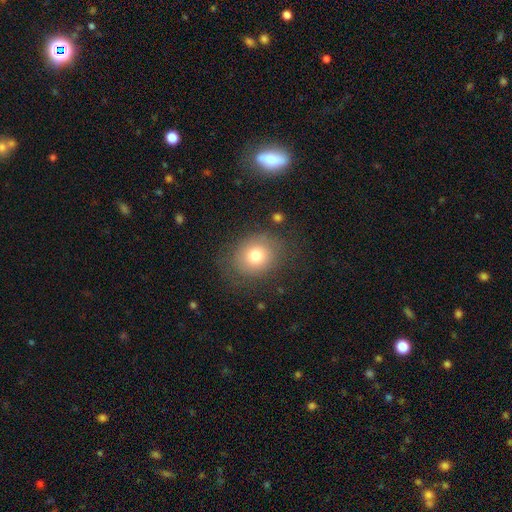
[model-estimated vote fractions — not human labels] smooth_or_featured: smooth (p=0.74) [alt: featured or disk p=0.14]
how_rounded: round (p=0.61) [alt: in between p=0.38]
merging: none (p=0.74) [alt: minor disturbance p=0.15]